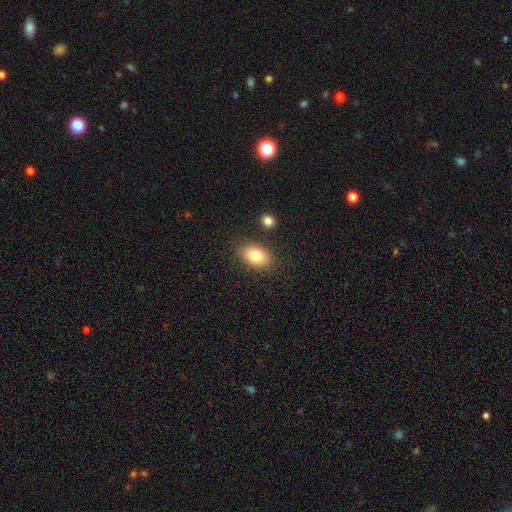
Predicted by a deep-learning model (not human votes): This appears to be a smooth galaxy with no disk features (81%) that is in between round and cigar-shaped (85%). Merging: none (82%).